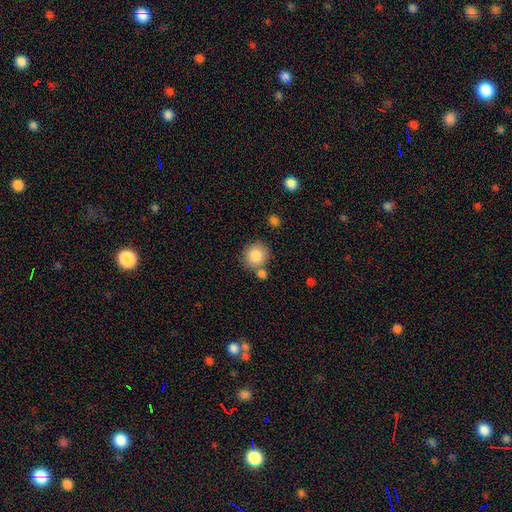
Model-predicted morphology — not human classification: smooth-or-featured: smooth: 84% | star or artifact: 8% | featured or disk: 7%
  how-rounded: round: 89% | in between: 10% | cigar-shaped: 1%
  merging: none: 70% | merger: 16% | minor disturbance: 11% | major disturbance: 3%